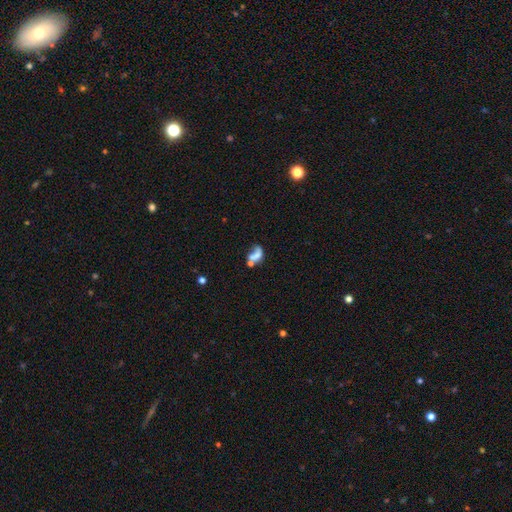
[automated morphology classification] type=smooth (48%); merging=merger (37%).